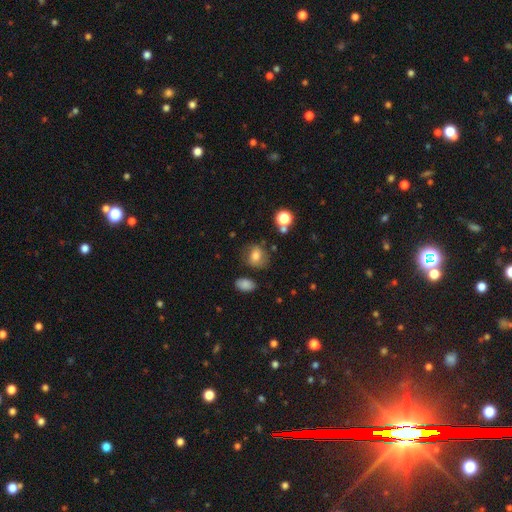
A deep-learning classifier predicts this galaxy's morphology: This appears to be a smooth galaxy with no disk features (76%) that is round (51%). Merging: none (68%).